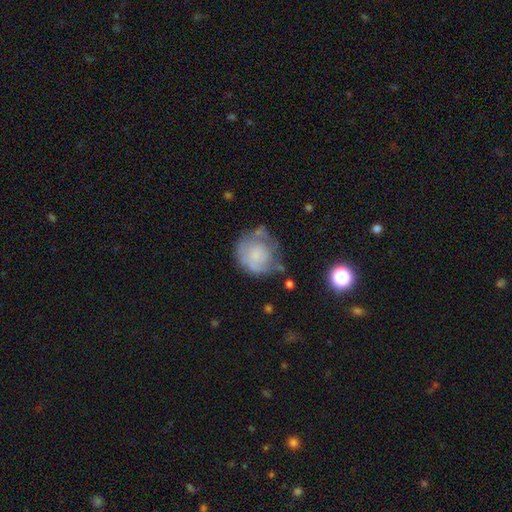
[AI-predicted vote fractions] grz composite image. It shows a smooth galaxy with no disk features (48%). Merging: none (44%).